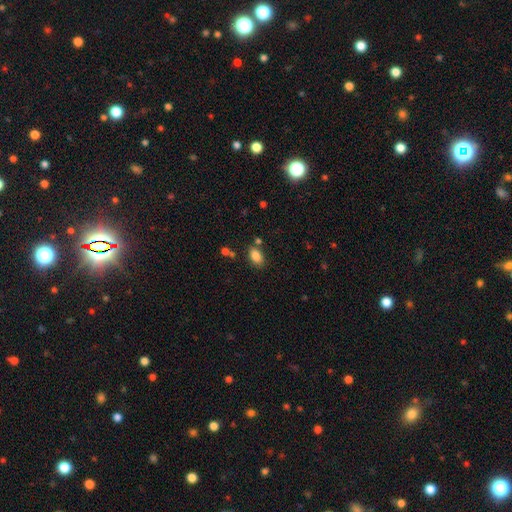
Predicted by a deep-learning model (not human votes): Smooth or featured? smooth (85%)
How rounded? in between (86%)
Merging? none (76%)